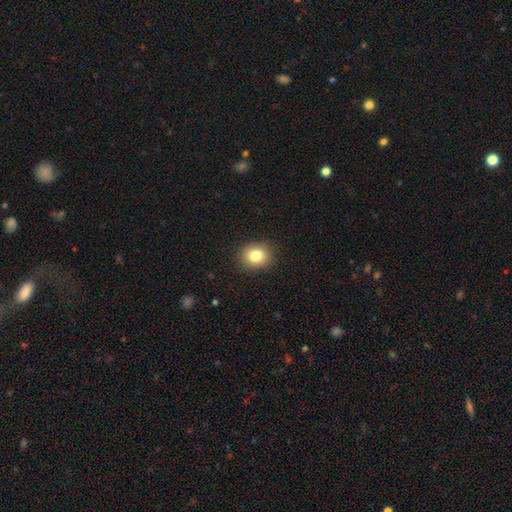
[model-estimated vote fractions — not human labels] Overall: smooth (81%). How rounded: round (69%; in between 30%). Merging: none (90%).